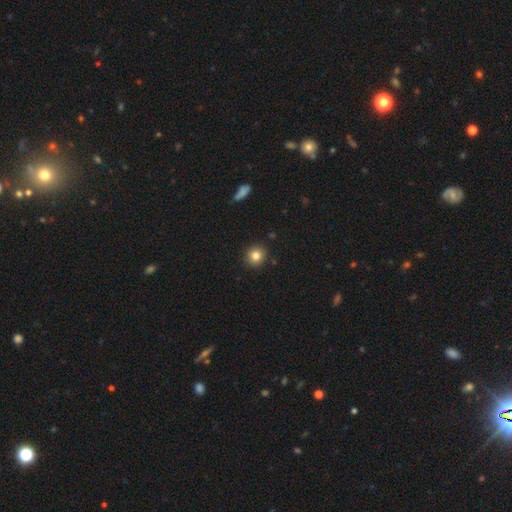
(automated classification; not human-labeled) smooth_or_featured: smooth (p=0.83) [alt: star or artifact p=0.11]
how_rounded: round (p=0.91) [alt: in between p=0.08]
merging: none (p=0.91) [alt: minor disturbance p=0.06]